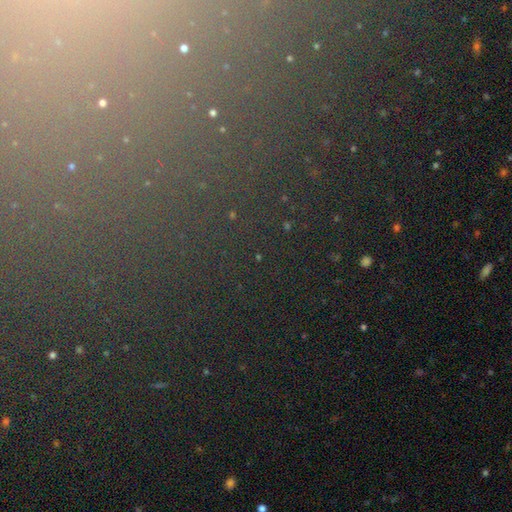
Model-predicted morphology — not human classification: The model was most divided on "smooth or featured": star or artifact: 75%, smooth: 15%, featured or disk: 10%.